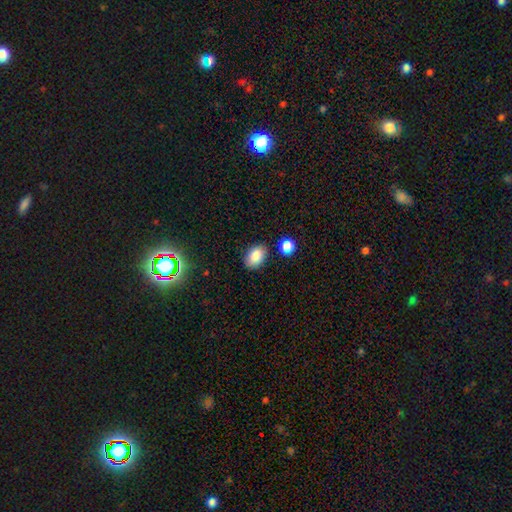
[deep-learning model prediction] A smooth galaxy with no disk features (86%) that is in between round and cigar-shaped (80%).

Vote fractions:
- Smooth or featured? smooth: 86% / star or artifact: 8% / featured or disk: 6%
- How rounded? in between: 80% / round: 19% / cigar-shaped: 1%
- Merging? none: 83% / minor disturbance: 11% / merger: 4% / major disturbance: 3%